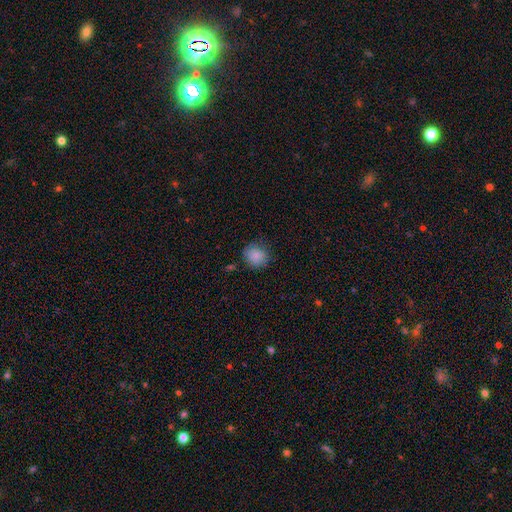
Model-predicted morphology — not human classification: This is clearly a smooth galaxy (86%). How rounded: clearly round (82%). Merging: likely none (77%).